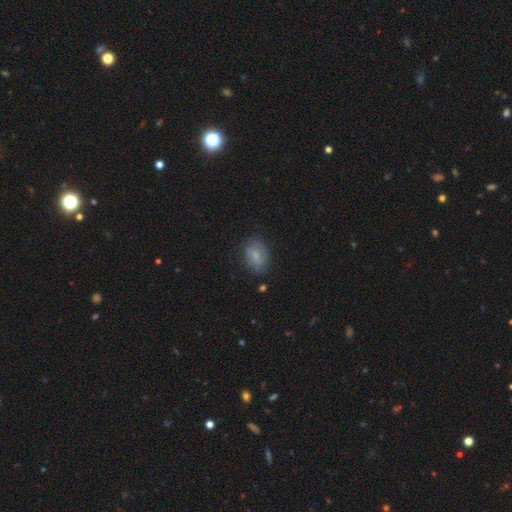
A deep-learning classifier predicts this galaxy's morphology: Smooth or featured?
  - smooth: 63% *
  - featured or disk: 28%
  - star or artifact: 9%
How rounded?
  - in between: 76% *
  - round: 23%
  - cigar-shaped: 2%
Merging?
  - none: 69% *
  - minor disturbance: 22%
  - major disturbance: 7%
  - merger: 2%